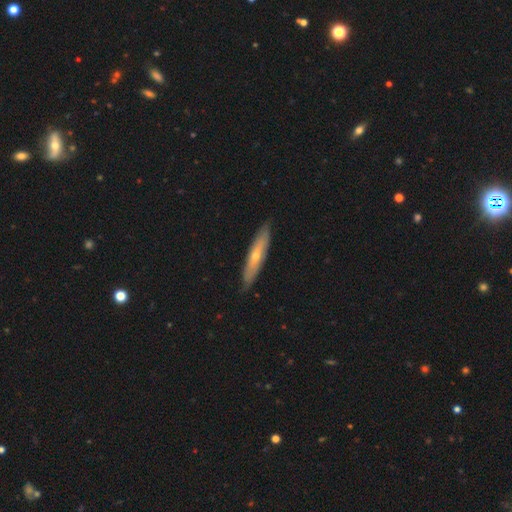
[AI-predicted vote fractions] smooth-or-featured: featured or disk: 50% | smooth: 44% | star or artifact: 6%
  disk-edge-on: yes: 70% | no: 30%
  merging: none: 86% | minor disturbance: 11% | major disturbance: 2% | merger: 1%